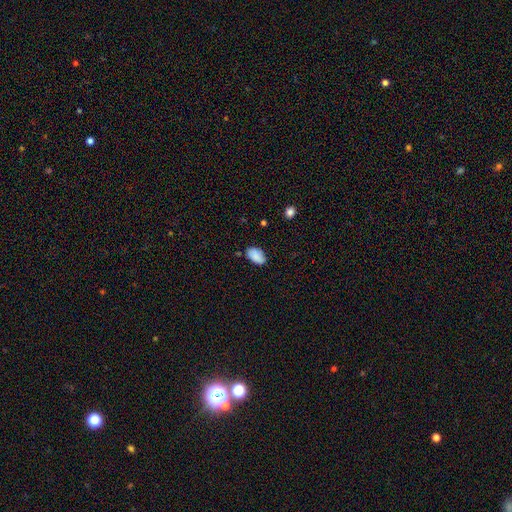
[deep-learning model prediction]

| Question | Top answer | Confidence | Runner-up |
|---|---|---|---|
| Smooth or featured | smooth | 87% | star or artifact (7%) |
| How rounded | in between | 93% | round (6%) |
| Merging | none | 76% | minor disturbance (18%) |